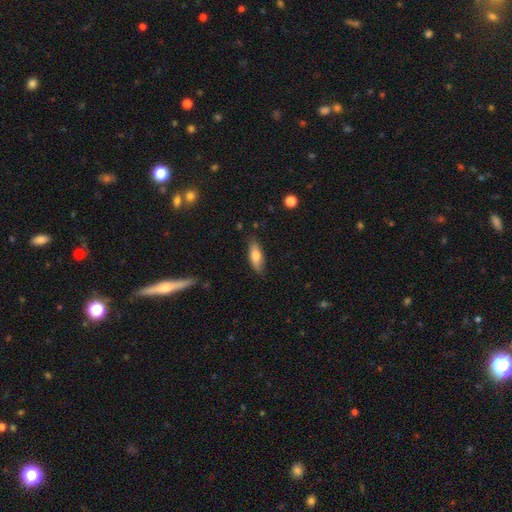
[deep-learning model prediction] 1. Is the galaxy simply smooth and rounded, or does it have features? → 71% smooth, 23% featured or disk, 6% star or artifact.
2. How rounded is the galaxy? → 67% in between, 30% cigar-shaped, 3% round.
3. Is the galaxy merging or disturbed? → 80% none, 16% minor disturbance, 3% major disturbance, 1% merger.